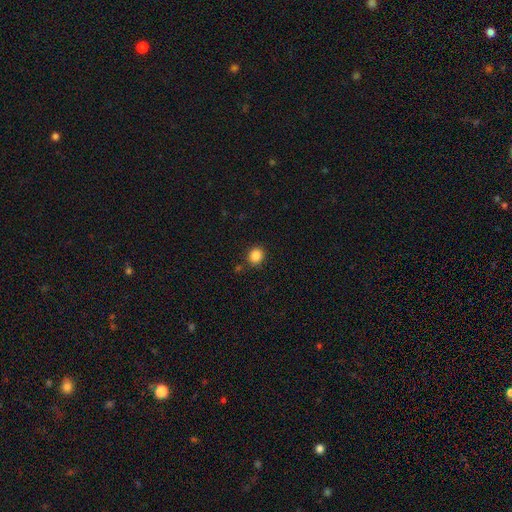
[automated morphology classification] The model was most divided on "how rounded": round: 80%, in between: 19%, cigar-shaped: 1%. More confident: merging — none (86%); smooth or featured — smooth (86%).